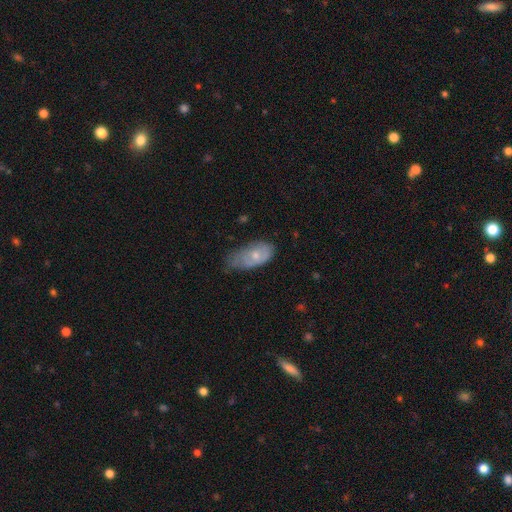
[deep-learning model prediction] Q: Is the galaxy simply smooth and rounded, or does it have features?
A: smooth — 57%.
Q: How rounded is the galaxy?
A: in between — 90%.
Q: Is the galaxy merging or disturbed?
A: minor disturbance — 45%.